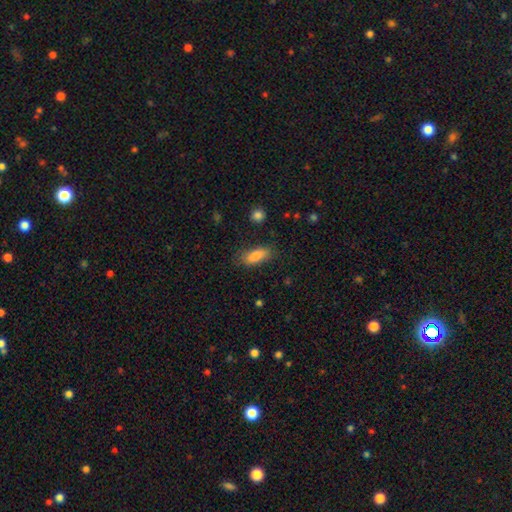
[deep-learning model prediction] Smooth or featured: smooth — 84% (featured or disk — 8%)
How rounded: in between — 76% (cigar-shaped — 21%)
Merging: none — 78% (minor disturbance — 15%)